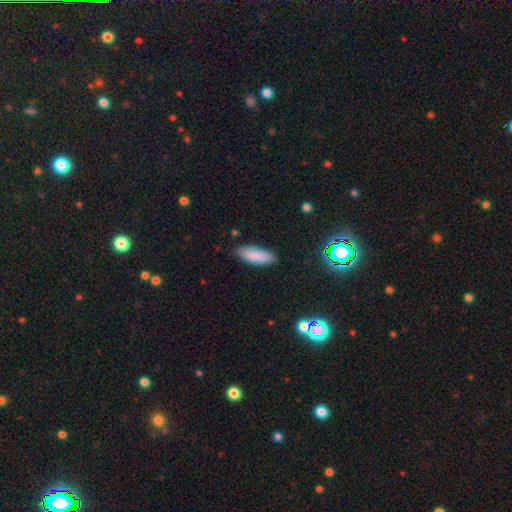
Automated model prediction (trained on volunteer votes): smooth 85%, featured or disk 8%, star or artifact 7%. Down the decision tree: how rounded — in between (66%); merging — none (84%).